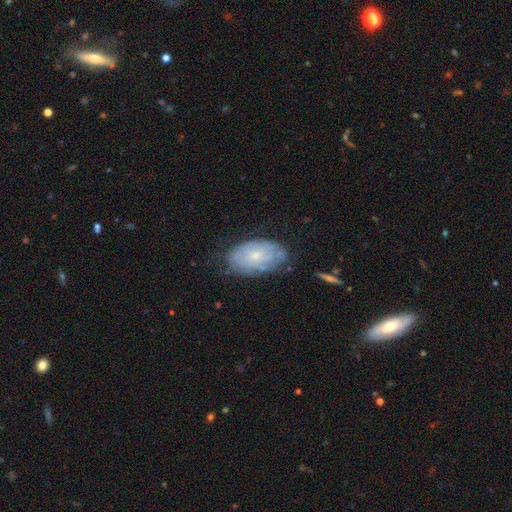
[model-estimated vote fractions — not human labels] smooth-or-featured: featured or disk: 51% | smooth: 41% | star or artifact: 8%
  disk-edge-on: no: 93% | yes: 7%
  merging: none: 66% | minor disturbance: 25% | major disturbance: 7% | merger: 2%